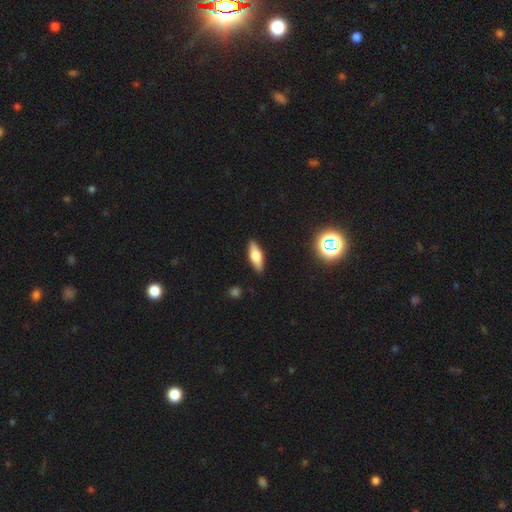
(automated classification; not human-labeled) This is possibly a smooth galaxy (55%). How rounded: possibly in between (56%). Merging: clearly none (89%).